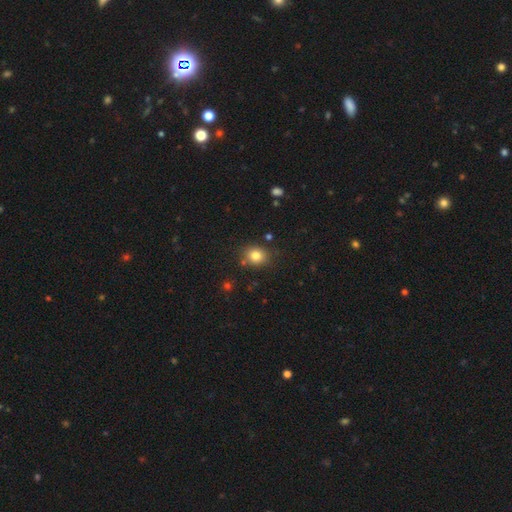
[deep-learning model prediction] Q: Smooth or featured?
A: smooth (81%); runner-up: star or artifact (12%)
Q: How rounded?
A: round (67%); runner-up: in between (32%)
Q: Merging?
A: none (81%); runner-up: minor disturbance (11%)